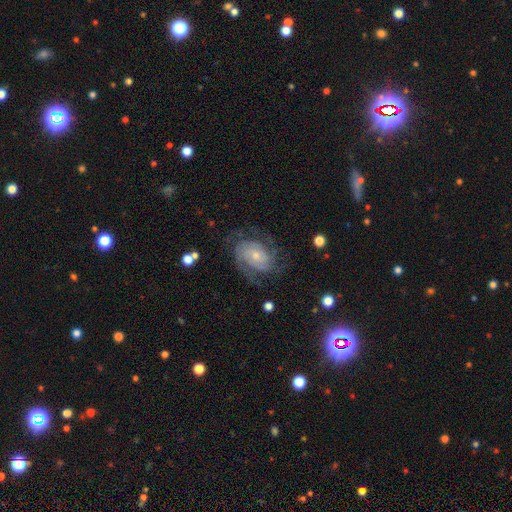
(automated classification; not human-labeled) smooth-or-featured: featured or disk: 85% | smooth: 9% | star or artifact: 6%
  disk-edge-on: no: 97% | yes: 3%
    bar: no: 70% | weak: 25% | strong: 5%
    has-spiral-arms: yes: 95% | no: 5%
      spiral-winding: tight: 55% | medium: 35% | loose: 10%
      spiral-arm-count: 2: 35% | can't tell: 25% | 3: 22% | 4: 7% | 1: 6% | more than 4: 5%
    bulge-size: small: 67% | moderate: 27% | large: 3% | none: 3% | dominant: 1%
  merging: none: 68% | minor disturbance: 17% | major disturbance: 13% | merger: 1%